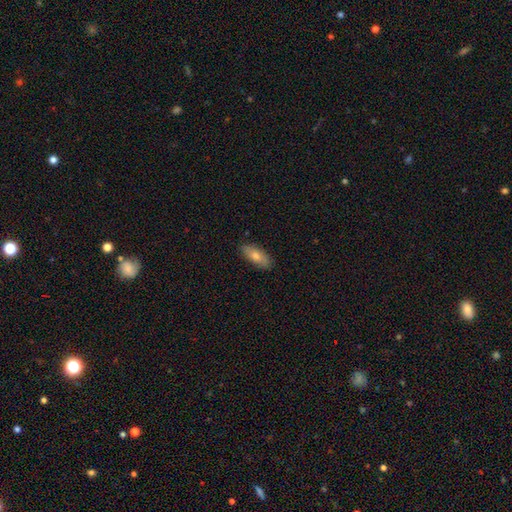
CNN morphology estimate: Smooth or featured: smooth — 71% (featured or disk — 22%)
How rounded: in between — 74% (cigar-shaped — 23%)
Merging: none — 87% (minor disturbance — 10%)